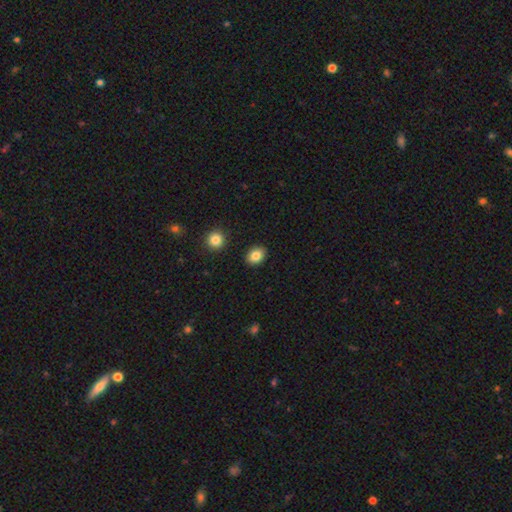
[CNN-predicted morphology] smooth_or_featured: smooth (p=0.84) [alt: star or artifact p=0.09]
how_rounded: in between (p=0.55) [alt: round p=0.44]
merging: none (p=0.90) [alt: minor disturbance p=0.07]